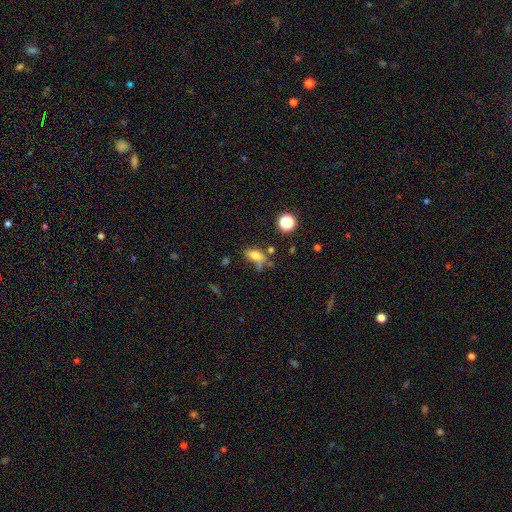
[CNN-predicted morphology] This appears to be a smooth galaxy with no disk features (71%) that is in between round and cigar-shaped (81%). Merging: none (48%).